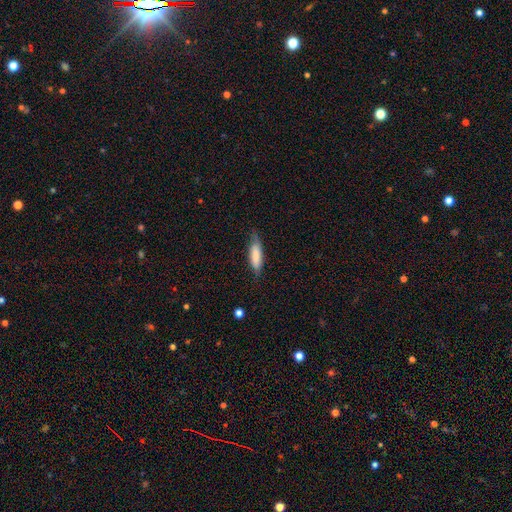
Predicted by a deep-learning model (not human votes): smooth 78%, featured or disk 16%, star or artifact 6%. Down the decision tree: how rounded — cigar-shaped (50%); merging — none (62%).